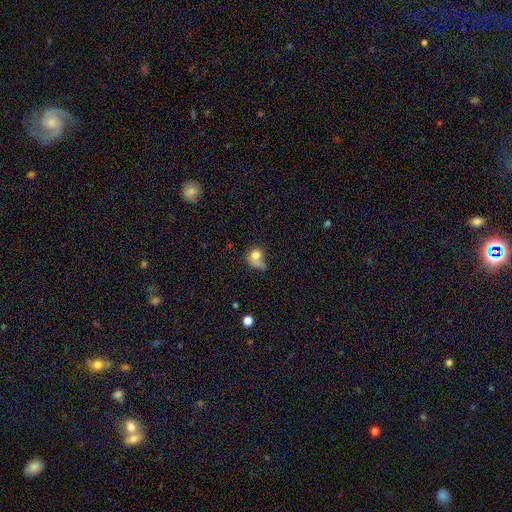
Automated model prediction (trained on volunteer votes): This is likely a smooth galaxy (74%). How rounded: likely round (69%). Merging: marginally none (31%).